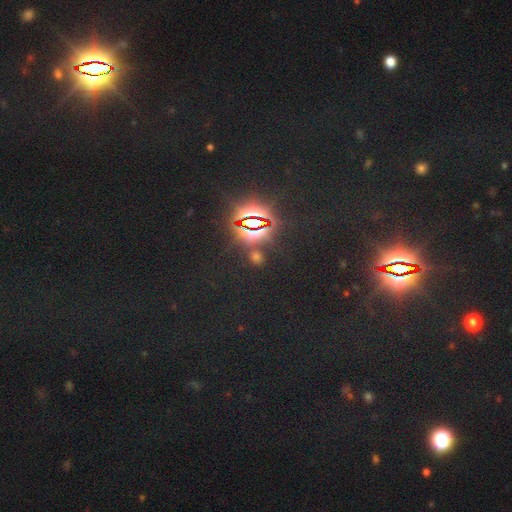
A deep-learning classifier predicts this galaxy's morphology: Smooth or featured? star or artifact (80%)